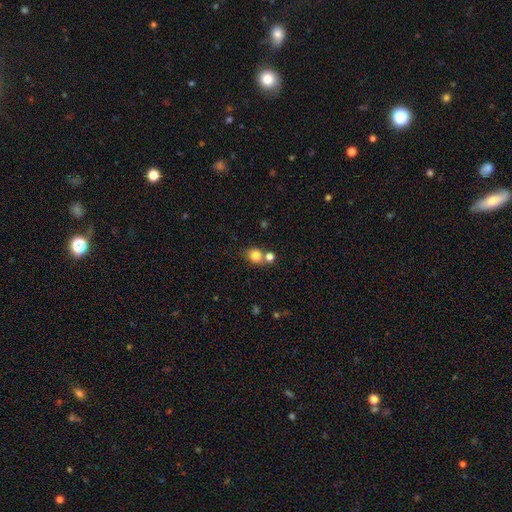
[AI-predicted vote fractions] This appears to be a smooth galaxy with no disk features (81%) that is round (75%). Merging: none (56%).